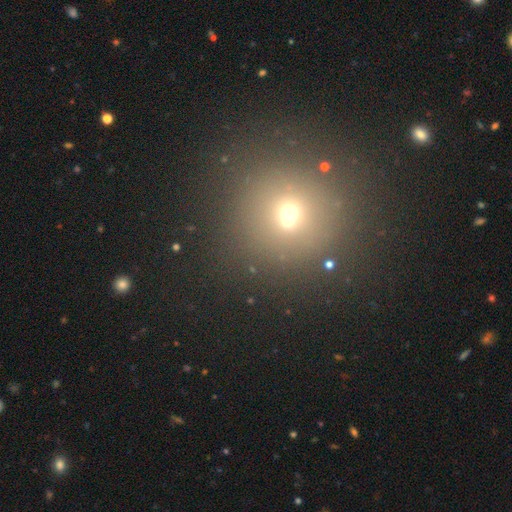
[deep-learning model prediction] smooth 57%, star or artifact 34%, featured or disk 8%. Down the decision tree: how rounded — round (93%); merging — none (88%).